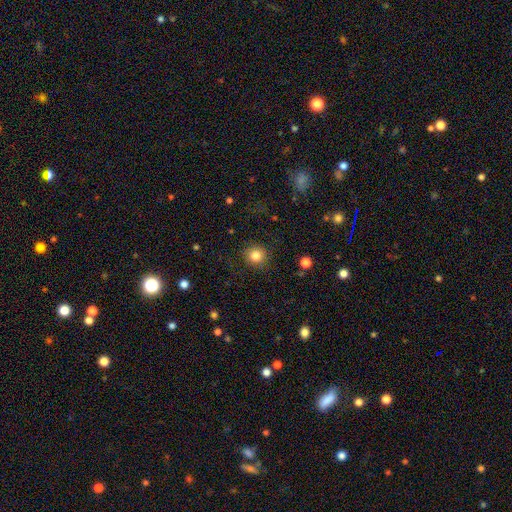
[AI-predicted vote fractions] smooth-or-featured: smooth: 83% | star or artifact: 11% | featured or disk: 6%
  how-rounded: round: 92% | in between: 7% | cigar-shaped: 1%
  merging: none: 88% | minor disturbance: 8% | major disturbance: 3% | merger: 1%